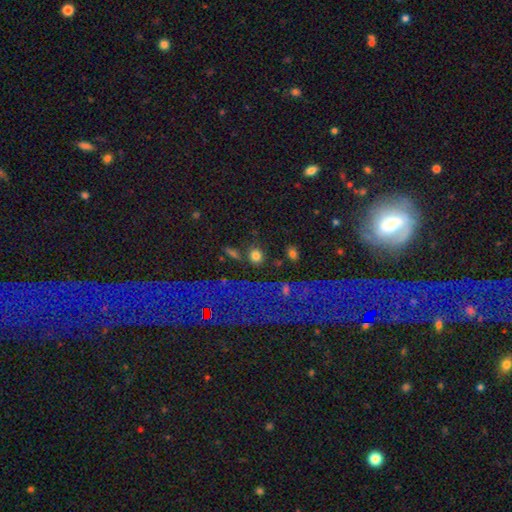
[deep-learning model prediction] Smooth or featured? Predicted: smooth (p=0.76). How rounded? Predicted: round (p=0.79). Merging? Predicted: none (p=0.76).